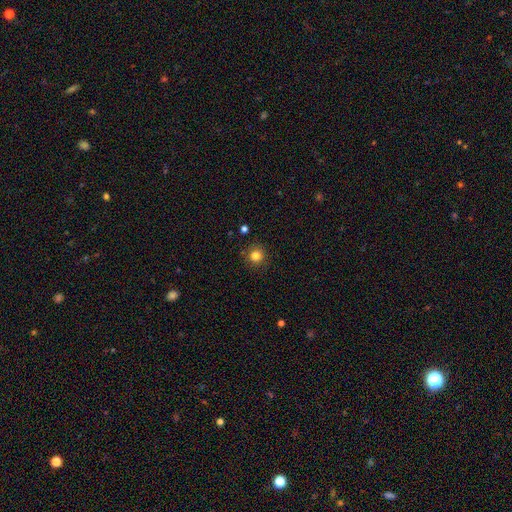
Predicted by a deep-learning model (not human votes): A smooth galaxy with no disk features (82%) that is round (93%).

Vote fractions:
- Smooth or featured? smooth: 82% / star or artifact: 12% / featured or disk: 5%
- How rounded? round: 93% / in between: 6% / cigar-shaped: 1%
- Merging? none: 88% / minor disturbance: 8% / major disturbance: 2% / merger: 2%